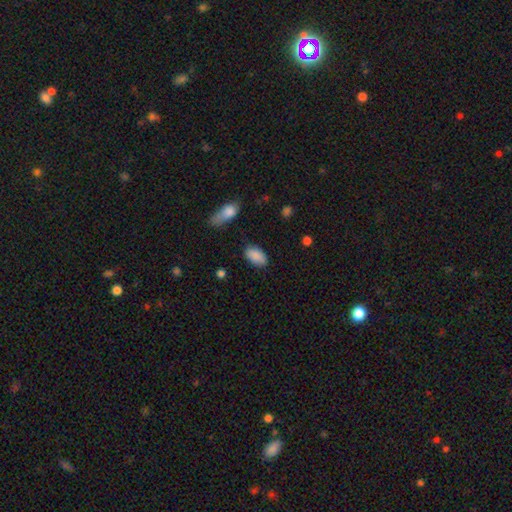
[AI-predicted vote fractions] smooth-or-featured: smooth: 88% | star or artifact: 7% | featured or disk: 5%
  how-rounded: in between: 94% | round: 4% | cigar-shaped: 2%
  merging: none: 82% | minor disturbance: 12% | major disturbance: 3% | merger: 2%